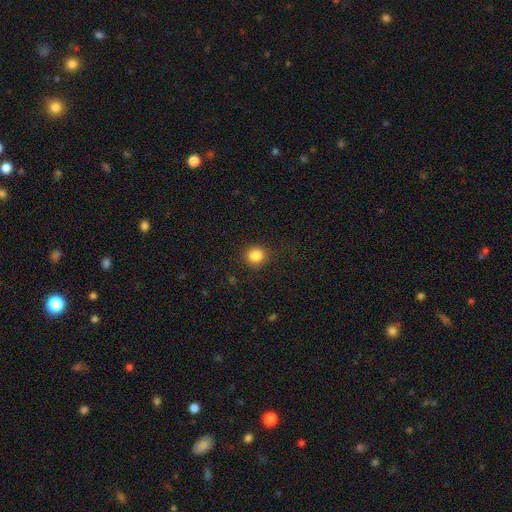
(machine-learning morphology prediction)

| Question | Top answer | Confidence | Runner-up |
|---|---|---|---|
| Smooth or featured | smooth | 85% | star or artifact (11%) |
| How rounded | round | 83% | in between (16%) |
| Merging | none | 85% | minor disturbance (10%) |